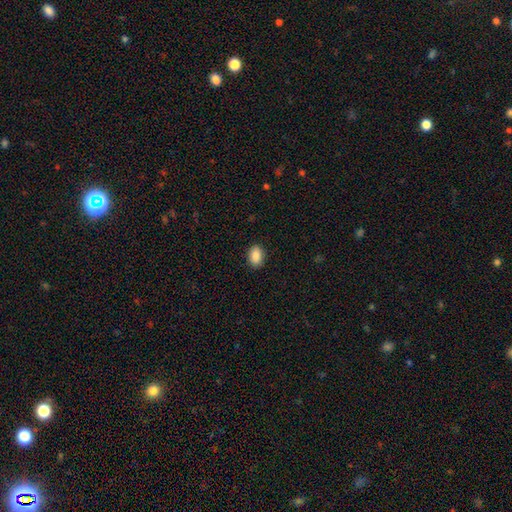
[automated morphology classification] smooth 89%, star or artifact 7%, featured or disk 4%. Down the decision tree: how rounded — in between (86%); merging — none (90%).